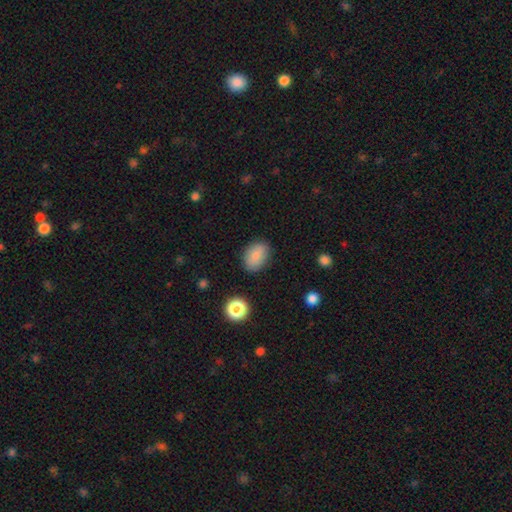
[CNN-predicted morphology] Smooth or featured? Predicted: smooth (p=0.83). How rounded? Predicted: in between (p=0.79). Merging? Predicted: none (p=0.84).